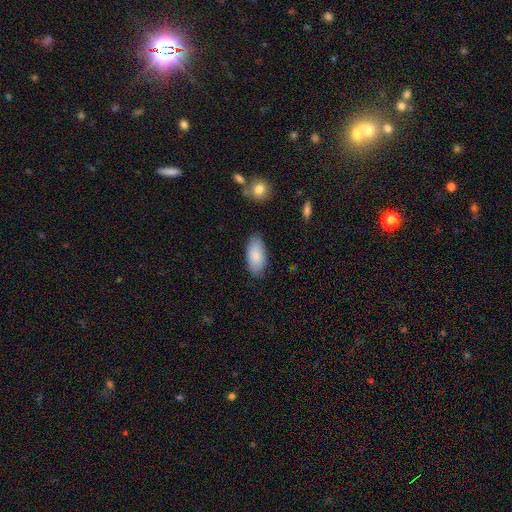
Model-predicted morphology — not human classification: A smooth galaxy with no disk features (85%) that is in between round and cigar-shaped (93%).

Vote fractions:
- Smooth or featured? smooth: 85% / featured or disk: 9% / star or artifact: 6%
- How rounded? in between: 93% / cigar-shaped: 4% / round: 2%
- Merging? none: 83% / minor disturbance: 13% / major disturbance: 3% / merger: 2%